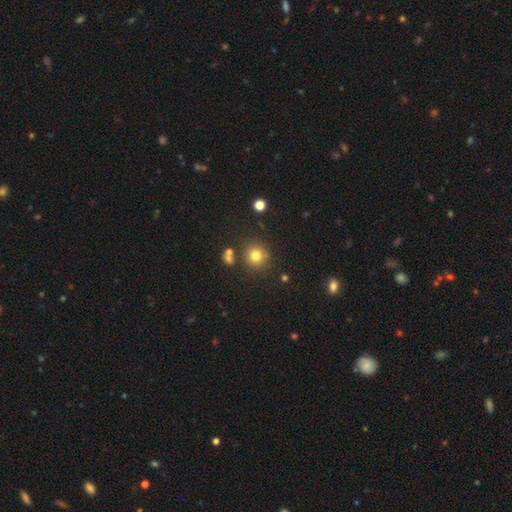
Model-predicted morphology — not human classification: Q: Smooth or featured?
A: smooth (77%); runner-up: star or artifact (15%)
Q: How rounded?
A: round (91%); runner-up: in between (8%)
Q: Merging?
A: none (79%); runner-up: minor disturbance (10%)